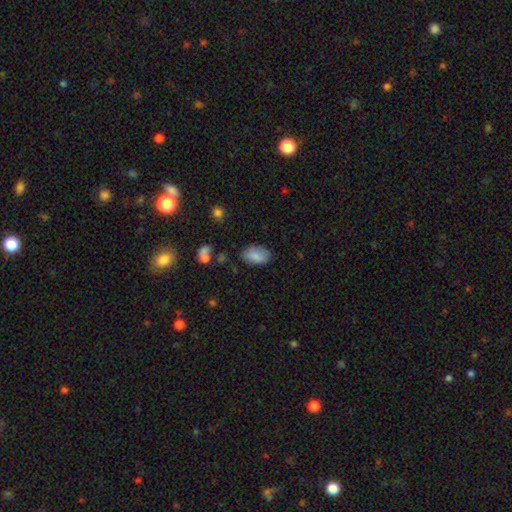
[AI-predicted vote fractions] Smooth or featured? Predicted: smooth (p=0.84). How rounded? Predicted: in between (p=0.93). Merging? Predicted: none (p=0.78).